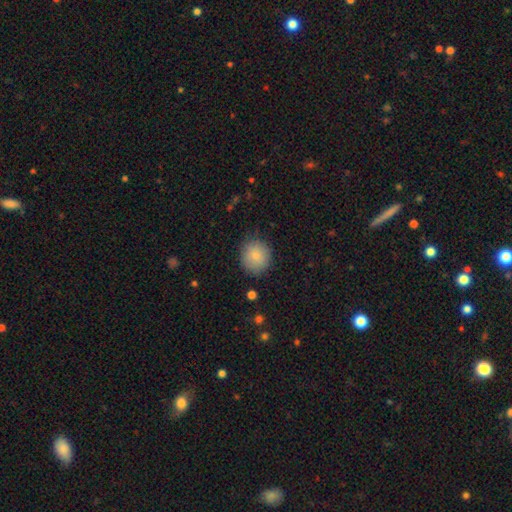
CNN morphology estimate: This appears to be a smooth galaxy with no disk features (82%) that is round (88%). Merging: none (84%).